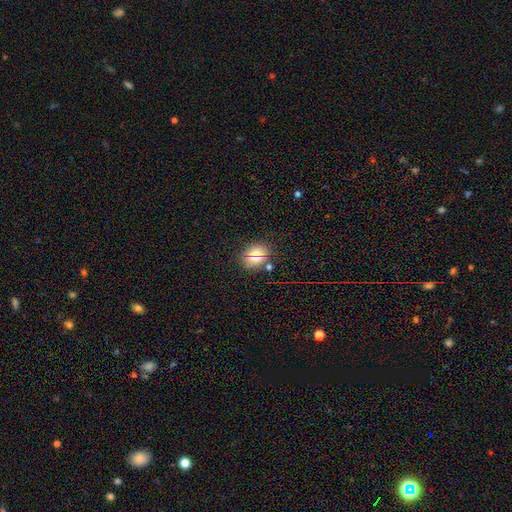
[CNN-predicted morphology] smooth 69%, featured or disk 17%, star or artifact 15%. Down the decision tree: how rounded — round (58%); merging — none (75%).